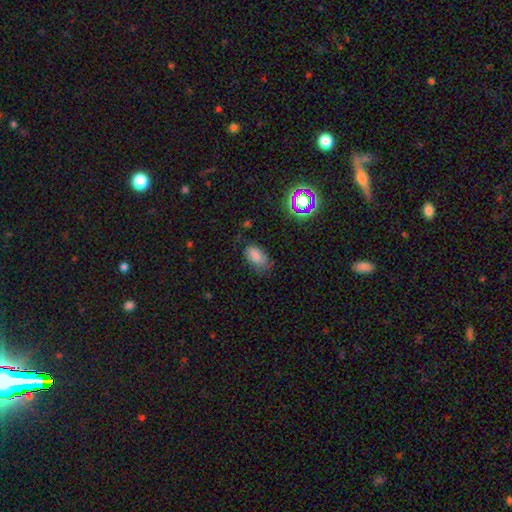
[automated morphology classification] Smooth or featured?
  - smooth: 73% *
  - featured or disk: 13%
  - star or artifact: 13%
How rounded?
  - in between: 92% *
  - round: 6%
  - cigar-shaped: 2%
Merging?
  - none: 59% *
  - minor disturbance: 29%
  - major disturbance: 11%
  - merger: 2%